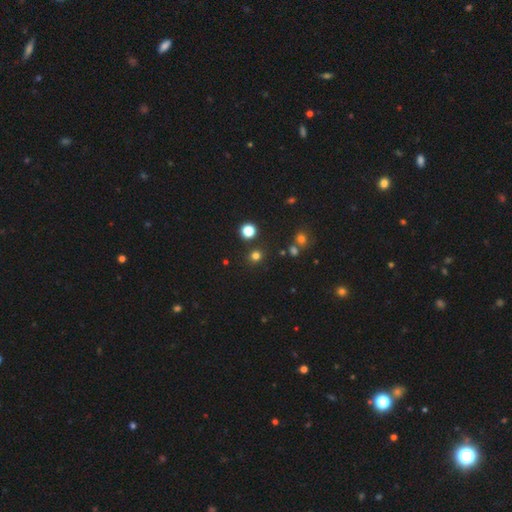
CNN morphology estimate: smooth 75%, star or artifact 20%, featured or disk 5%. Down the decision tree: how rounded — round (89%); merging — none (85%).